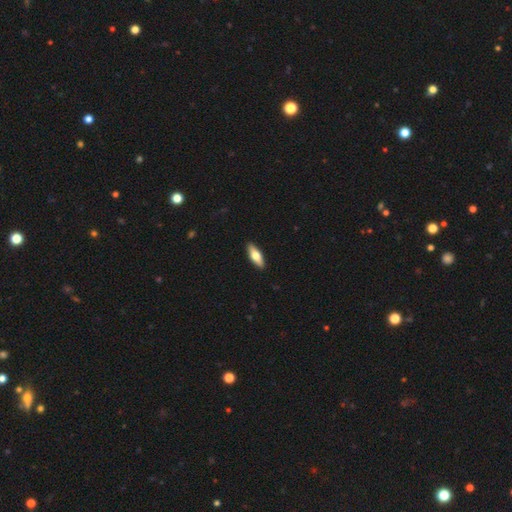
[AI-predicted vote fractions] Q: Smooth or featured?
A: smooth (63%); runner-up: featured or disk (31%)
Q: How rounded?
A: in between (60%); runner-up: cigar-shaped (38%)
Q: Merging?
A: none (91%); runner-up: minor disturbance (7%)